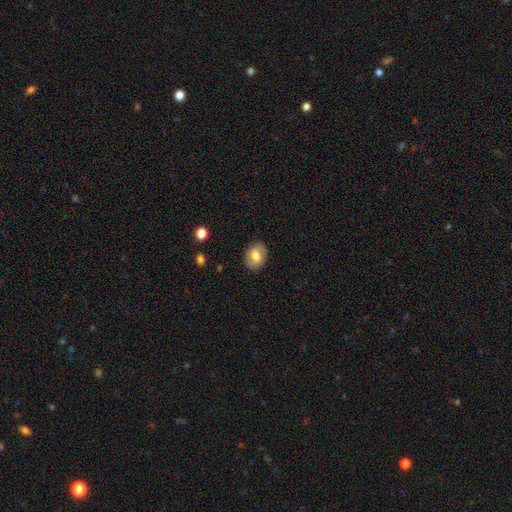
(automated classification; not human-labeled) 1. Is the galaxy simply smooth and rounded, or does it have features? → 73% smooth, 20% featured or disk, 8% star or artifact.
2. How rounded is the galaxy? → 71% in between, 28% round, 1% cigar-shaped.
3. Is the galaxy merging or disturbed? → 86% none, 10% minor disturbance, 3% major disturbance, 1% merger.